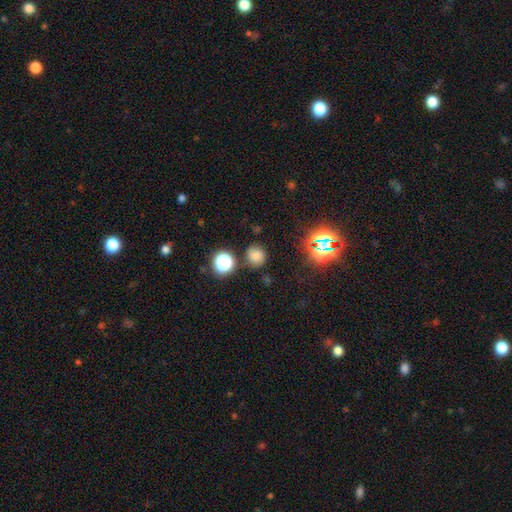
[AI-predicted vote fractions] A smooth galaxy with no disk features (71%) that is round (85%). Merging: none (78%).